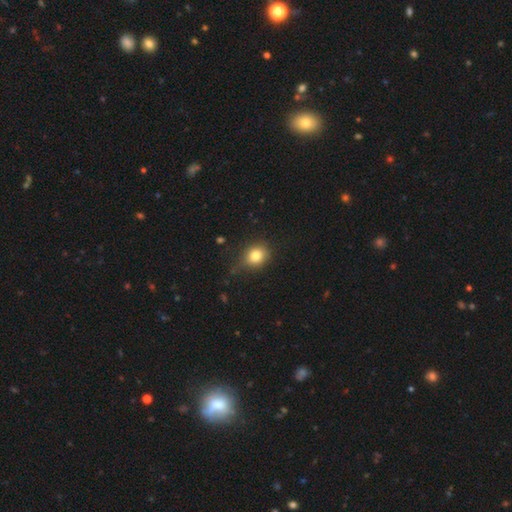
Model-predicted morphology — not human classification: smooth_or_featured: smooth (p=0.81) [alt: star or artifact p=0.11]
how_rounded: round (p=0.64) [alt: in between p=0.34]
merging: none (p=0.72) [alt: minor disturbance p=0.22]